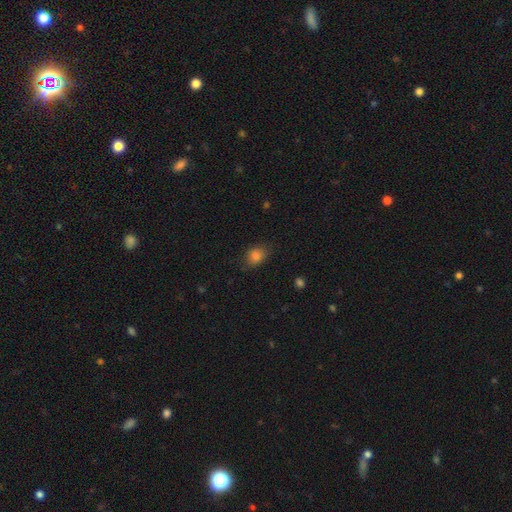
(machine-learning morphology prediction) This appears to be a smooth galaxy with no disk features (84%) that is in between round and cigar-shaped (54%). Merging: none (76%).